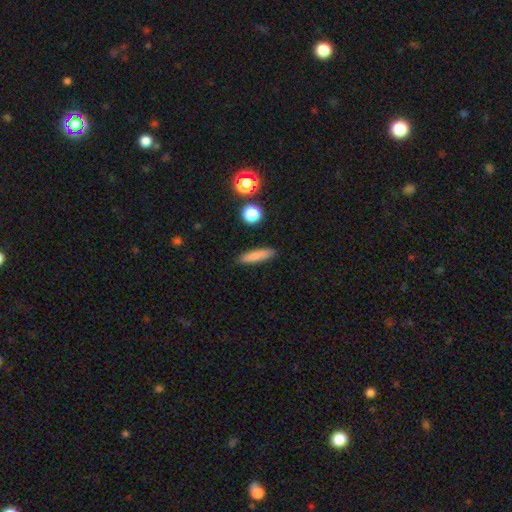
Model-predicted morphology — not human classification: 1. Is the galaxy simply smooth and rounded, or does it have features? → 80% smooth, 11% featured or disk, 9% star or artifact.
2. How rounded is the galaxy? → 75% cigar-shaped, 22% in between, 3% round.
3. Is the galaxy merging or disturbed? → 88% none, 8% minor disturbance, 2% major disturbance, 2% merger.